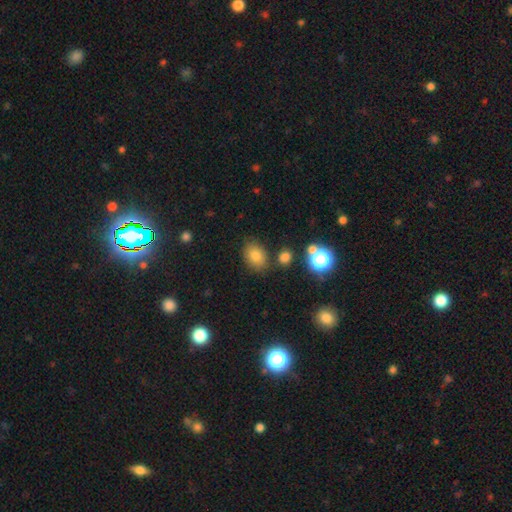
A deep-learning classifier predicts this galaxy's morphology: A smooth galaxy with no disk features (79%) that is in between round and cigar-shaped (72%).

Vote fractions:
- Smooth or featured? smooth: 79% / star or artifact: 12% / featured or disk: 9%
- How rounded? in between: 72% / round: 27% / cigar-shaped: 1%
- Merging? none: 78% / minor disturbance: 12% / merger: 6% / major disturbance: 4%